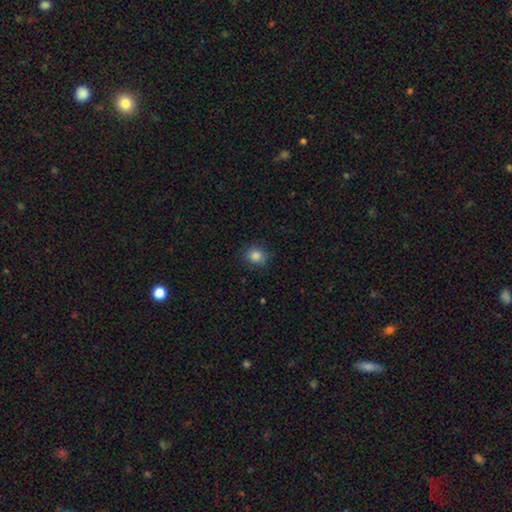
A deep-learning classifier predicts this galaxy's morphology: The model was most divided on "how rounded": round: 78%, in between: 21%, cigar-shaped: 1%. More confident: smooth or featured — smooth (85%); merging — none (83%).